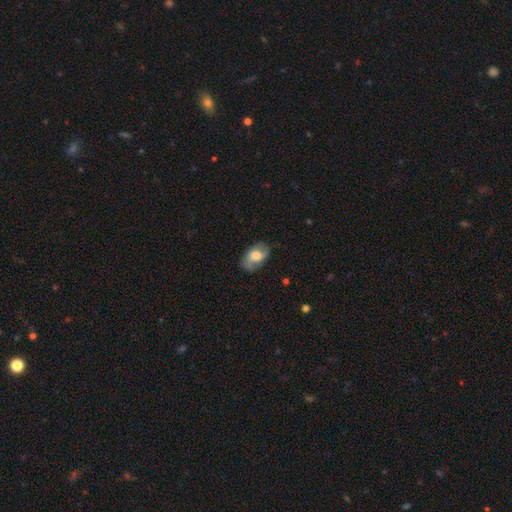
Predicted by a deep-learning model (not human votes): This appears to be a smooth galaxy with no disk features (48%). Merging: none (70%).